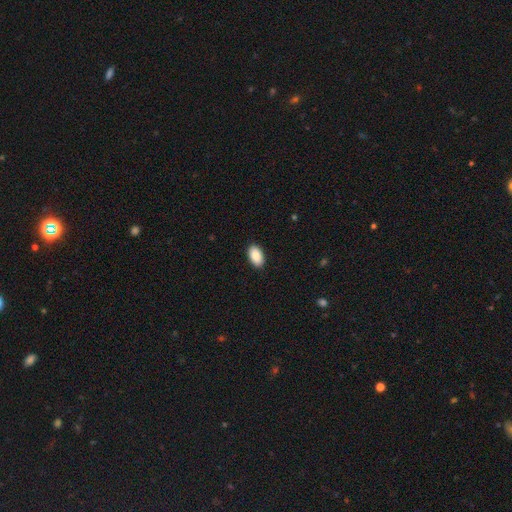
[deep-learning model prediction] smooth-or-featured: smooth: 89% | star or artifact: 6% | featured or disk: 5%
  how-rounded: in between: 94% | round: 4% | cigar-shaped: 2%
  merging: none: 90% | minor disturbance: 7% | major disturbance: 2% | merger: 1%